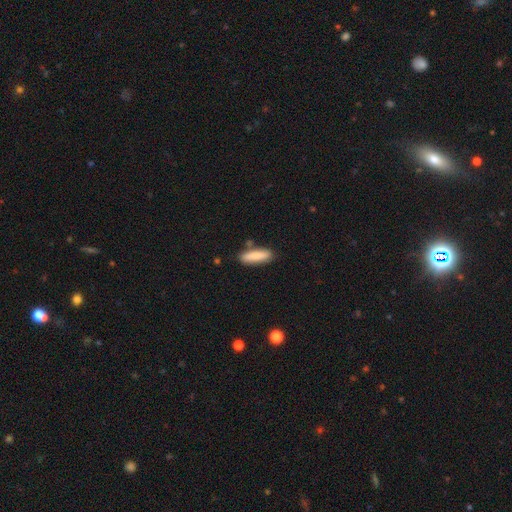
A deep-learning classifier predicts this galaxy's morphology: This appears to be a smooth galaxy with no disk features (83%) that is cigar-shaped (61%). Merging: none (81%).